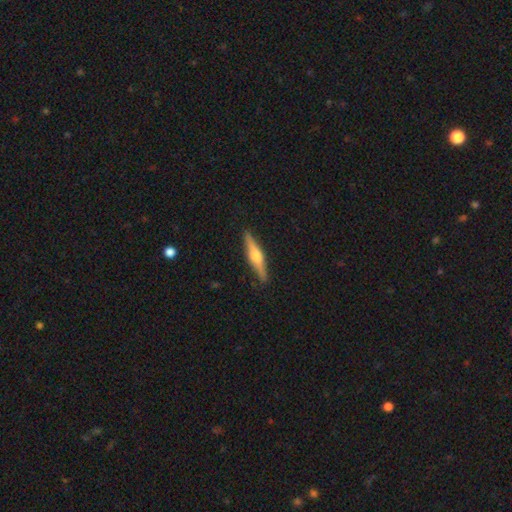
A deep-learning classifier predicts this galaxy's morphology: A featured or disk galaxy (67%) viewed edge-on (97%) with a rounded central bulge (92%). Merging: none (90%).